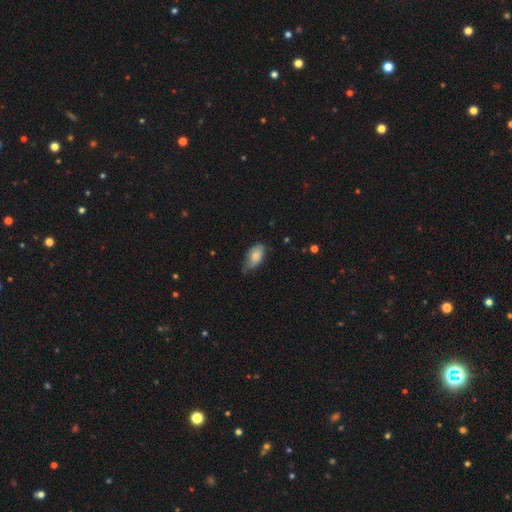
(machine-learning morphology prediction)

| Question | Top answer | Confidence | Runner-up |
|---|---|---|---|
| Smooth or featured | smooth | 76% | featured or disk (17%) |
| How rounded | in between | 93% | round (4%) |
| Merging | none | 50% | minor disturbance (40%) |